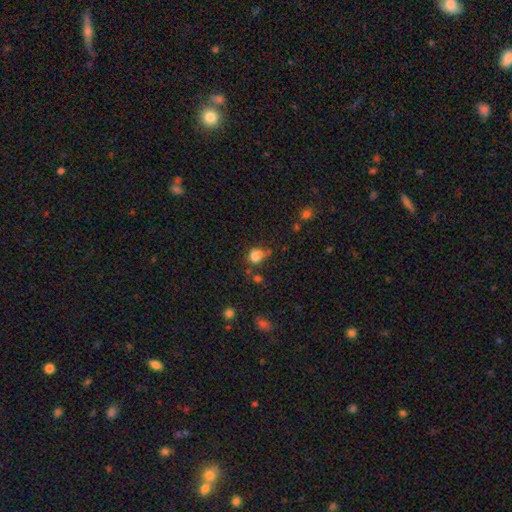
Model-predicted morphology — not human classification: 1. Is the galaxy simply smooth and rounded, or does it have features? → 77% smooth, 14% star or artifact, 9% featured or disk.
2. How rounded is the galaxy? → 63% round, 36% in between, 1% cigar-shaped.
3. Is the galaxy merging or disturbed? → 44% none, 24% merger, 22% minor disturbance, 11% major disturbance.